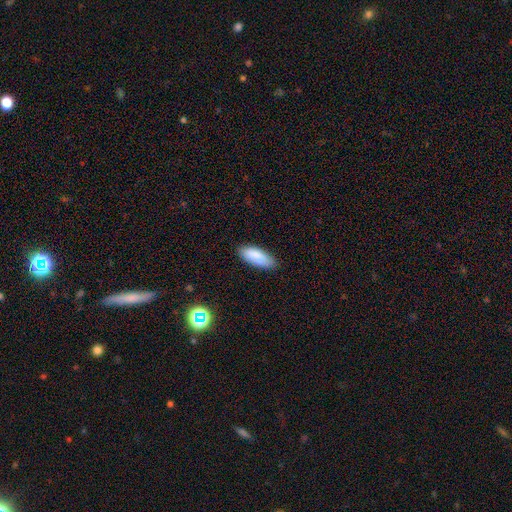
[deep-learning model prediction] Q: Smooth or featured?
A: smooth (88%); runner-up: featured or disk (6%)
Q: How rounded?
A: in between (81%); runner-up: cigar-shaped (17%)
Q: Merging?
A: none (83%); runner-up: minor disturbance (13%)